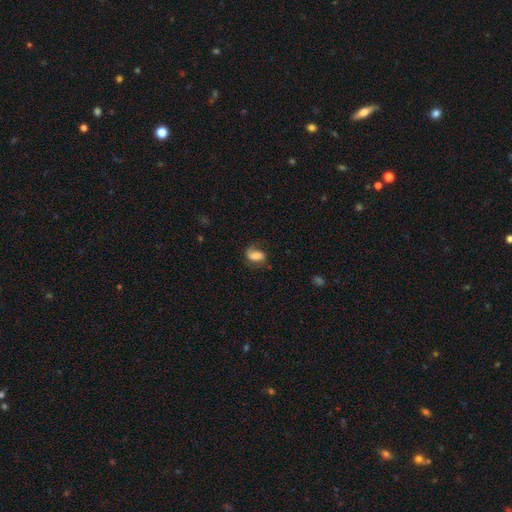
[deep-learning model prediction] smooth 53%, featured or disk 38%, star or artifact 9%. Down the decision tree: how rounded — in between (81%); merging — none (67%).